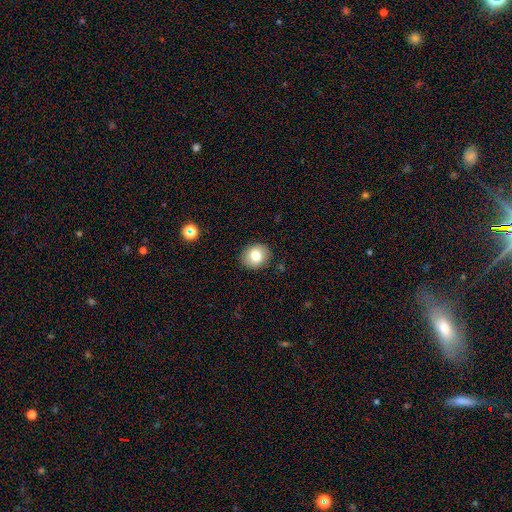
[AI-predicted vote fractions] Overall: smooth (79%). How rounded: round (71%). Merging: none (89%).